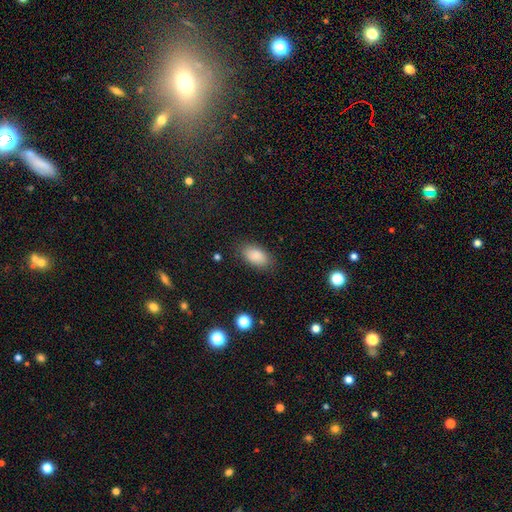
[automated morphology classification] This is clearly a smooth galaxy (87%). How rounded: clearly in between (92%). Merging: clearly none (84%).